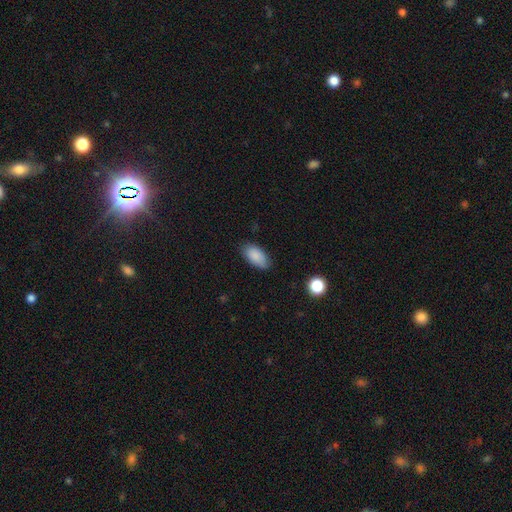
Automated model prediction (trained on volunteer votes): smooth_or_featured: smooth (p=0.86) [alt: star or artifact p=0.07]
how_rounded: in between (p=0.94) [alt: cigar-shaped p=0.03]
merging: none (p=0.79) [alt: minor disturbance p=0.17]